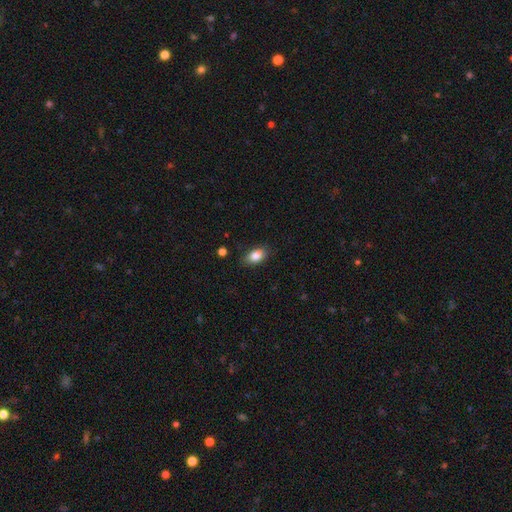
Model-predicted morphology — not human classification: The model was most divided on "merging": none: 81%, minor disturbance: 14%, major disturbance: 3%, merger: 1%. More confident: how rounded — in between (88%); smooth or featured — smooth (84%).